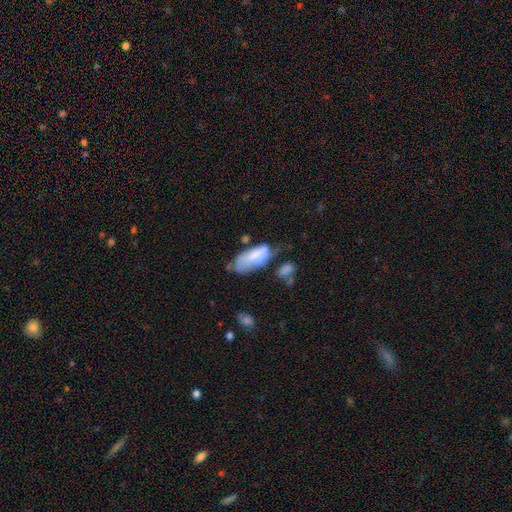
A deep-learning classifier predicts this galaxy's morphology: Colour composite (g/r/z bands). It shows a smooth galaxy with no disk features (73%) that is in between round and cigar-shaped (86%). Merging: minor disturbance (33%).